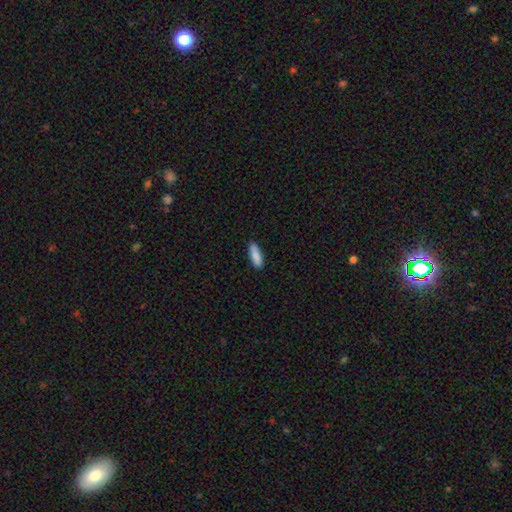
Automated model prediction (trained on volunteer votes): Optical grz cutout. It shows a smooth galaxy with no disk features (89%) that is in between round and cigar-shaped (54%). Merging: none (86%).